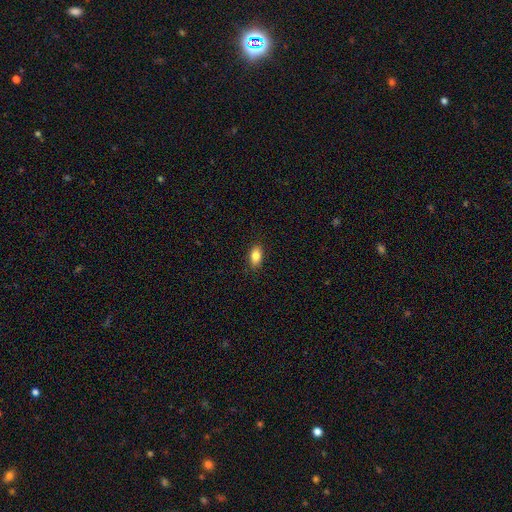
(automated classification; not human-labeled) Morphology: type=smooth (83%); roundness=in between (88%); merging=none (88%).